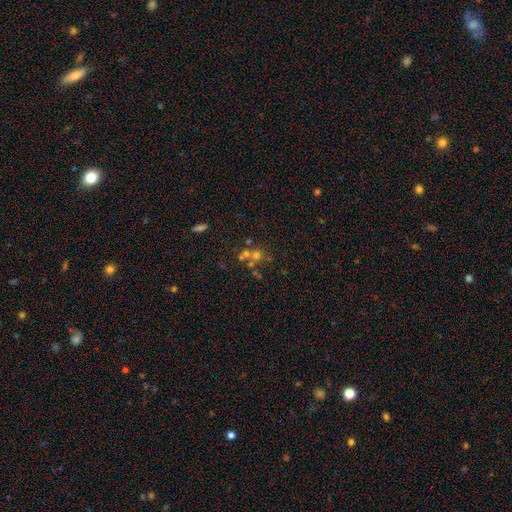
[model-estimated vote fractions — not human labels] A star or artifact, not a galaxy (42%).

Vote fractions:
- Smooth or featured? star or artifact: 42% / smooth: 37% / featured or disk: 20%